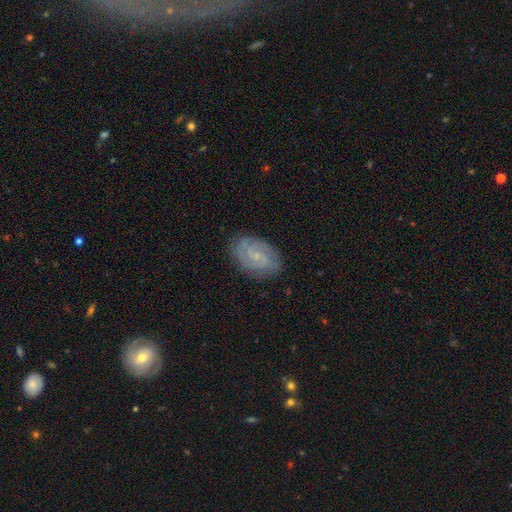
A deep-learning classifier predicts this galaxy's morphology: smooth-or-featured: featured or disk: 72% | smooth: 20% | star or artifact: 8%
  disk-edge-on: no: 97% | yes: 3%
    bar: weak: 48% | no: 43% | strong: 9%
    has-spiral-arms: yes: 92% | no: 8%
      spiral-winding: tight: 49% | medium: 39% | loose: 12%
      spiral-arm-count: 2: 61% | can't tell: 21% | 3: 9% | 1: 3% | 4: 3% | more than 4: 3%
    bulge-size: small: 72% | moderate: 15% | none: 12% | large: 1% | dominant: 1%
  merging: none: 82% | minor disturbance: 13% | major disturbance: 4% | merger: 1%